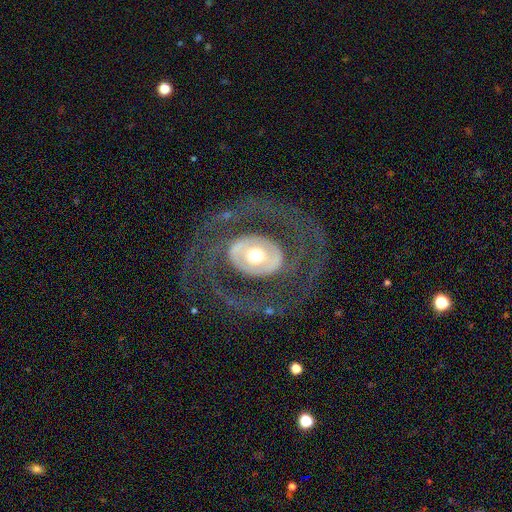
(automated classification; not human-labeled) Overall: featured or disk (74%). Edge-on disk: no (94%). Bar: no (77%). Spiral arms: no (51%; yes 49%). Bulge size: moderate (65%). Merging: none (70%).